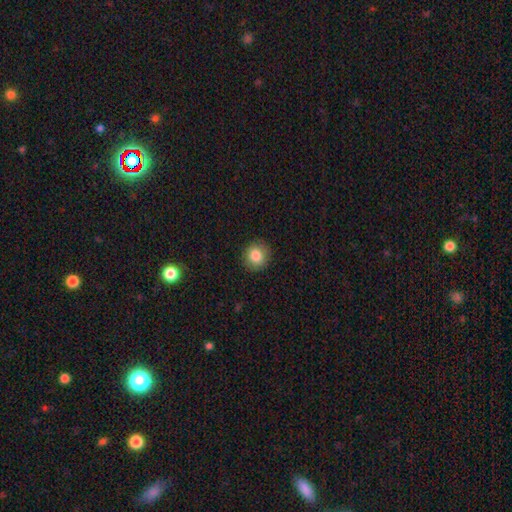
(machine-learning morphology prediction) Overall: smooth (84%). How rounded: round (89%). Merging: none (89%).